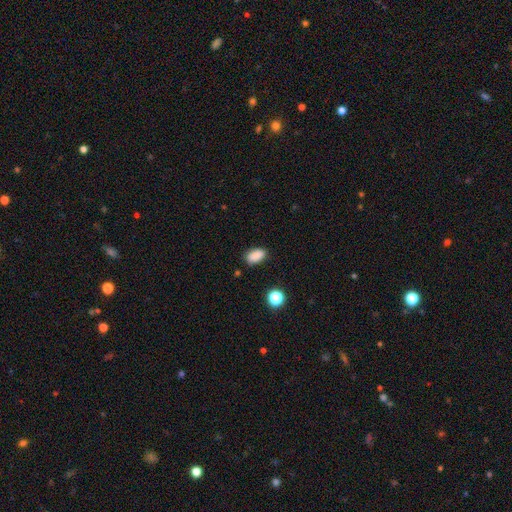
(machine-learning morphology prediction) smooth 86%, star or artifact 10%, featured or disk 4%. Down the decision tree: how rounded — in between (89%); merging — none (80%).